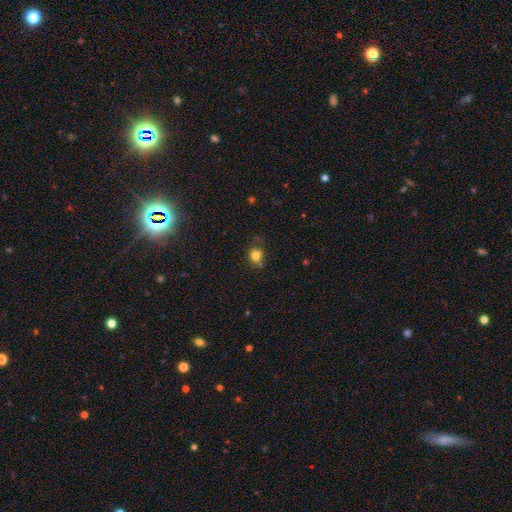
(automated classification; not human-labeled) smooth 79%, star or artifact 13%, featured or disk 8%. Down the decision tree: how rounded — round (80%); merging — none (63%).